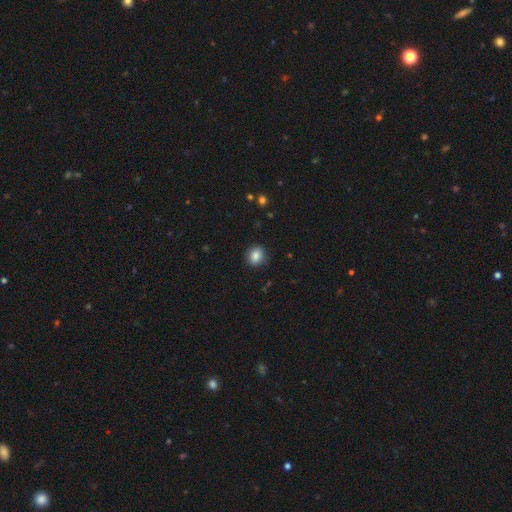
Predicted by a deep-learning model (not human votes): Smooth or featured? Predicted: smooth (p=0.85). How rounded? Predicted: round (p=0.71). Merging? Predicted: none (p=0.89).